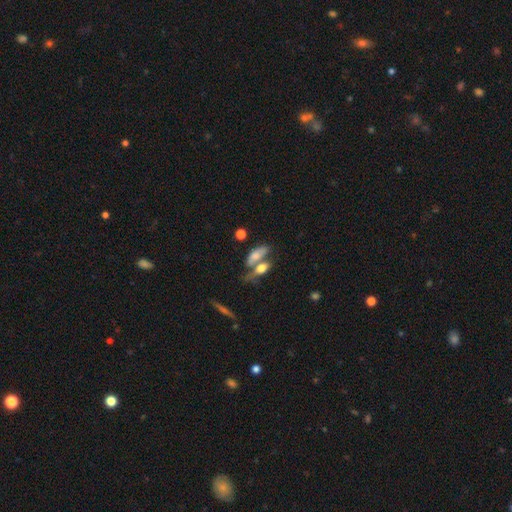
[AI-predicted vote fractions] Overall: smooth (64%; featured or disk 27%). How rounded: in between (72%). Merging: merger (47%; none 34%).